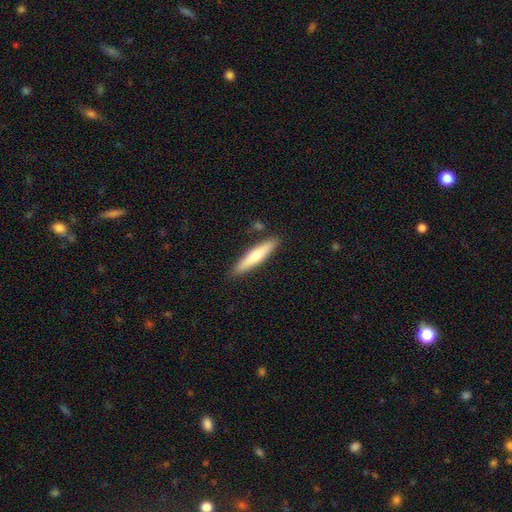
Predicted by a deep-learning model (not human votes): A smooth galaxy with no disk features (62%) that is cigar-shaped (86%). Merging: none (86%).